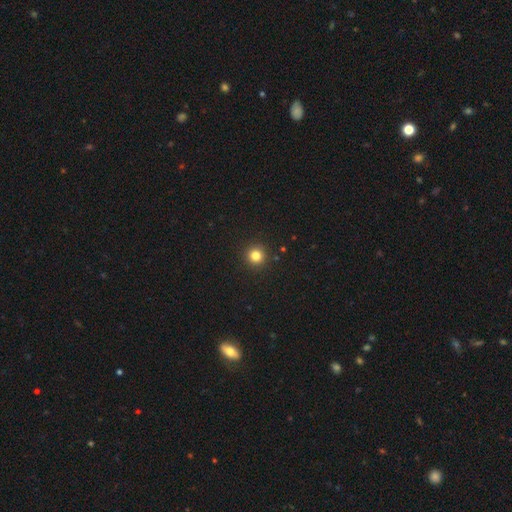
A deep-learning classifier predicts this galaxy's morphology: smooth_or_featured: smooth (p=0.81) [alt: star or artifact p=0.14]
how_rounded: round (p=0.95) [alt: in between p=0.04]
merging: none (p=0.92) [alt: minor disturbance p=0.05]